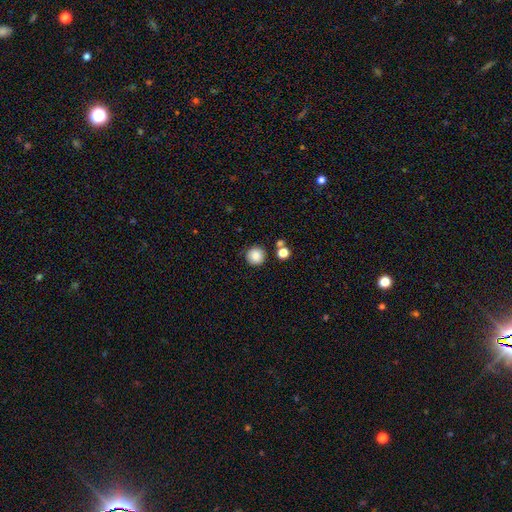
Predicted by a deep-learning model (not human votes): smooth-or-featured: smooth: 85% | star or artifact: 10% | featured or disk: 5%
  how-rounded: round: 96% | in between: 3% | cigar-shaped: 1%
  merging: none: 87% | minor disturbance: 7% | merger: 4% | major disturbance: 2%